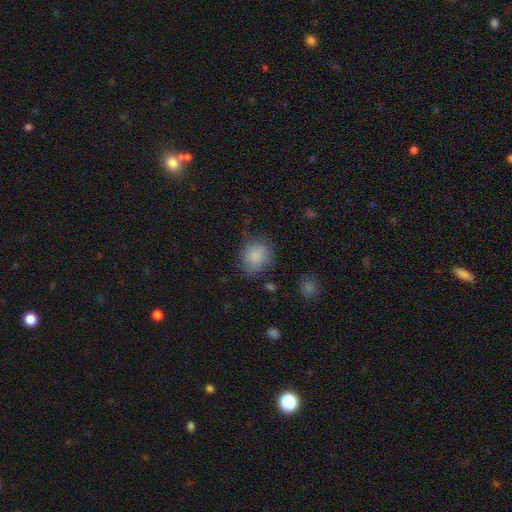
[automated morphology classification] smooth 85%, star or artifact 7%, featured or disk 7%. Down the decision tree: how rounded — round (77%); merging — none (73%).